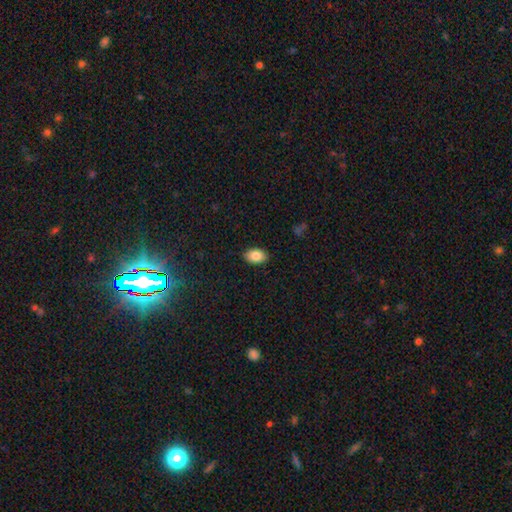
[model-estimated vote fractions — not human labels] The model was most divided on "smooth or featured": smooth: 85%, star or artifact: 8%, featured or disk: 7%. More confident: how rounded — in between (89%); merging — none (89%).